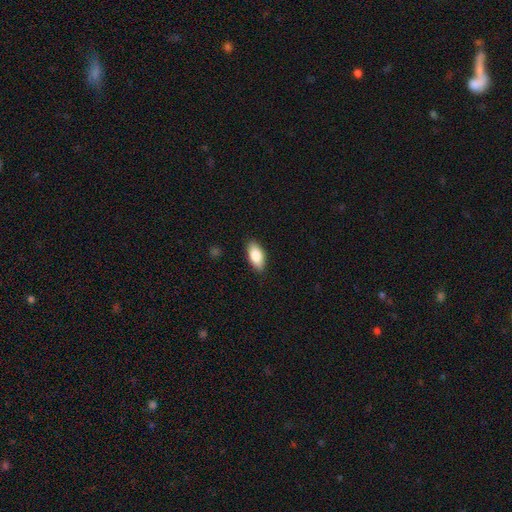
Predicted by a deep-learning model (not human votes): Morphology: type=smooth (83%); roundness=in between (89%); merging=none (88%).